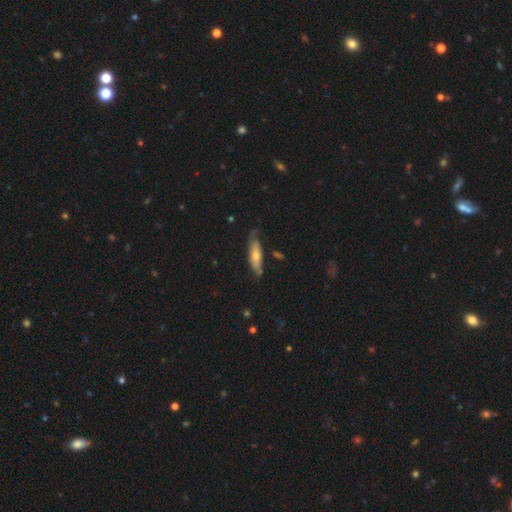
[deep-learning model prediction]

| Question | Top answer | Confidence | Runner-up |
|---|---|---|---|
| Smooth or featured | smooth | 53% | featured or disk (40%) |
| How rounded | cigar-shaped | 58% | in between (40%) |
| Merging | none | 68% | minor disturbance (25%) |